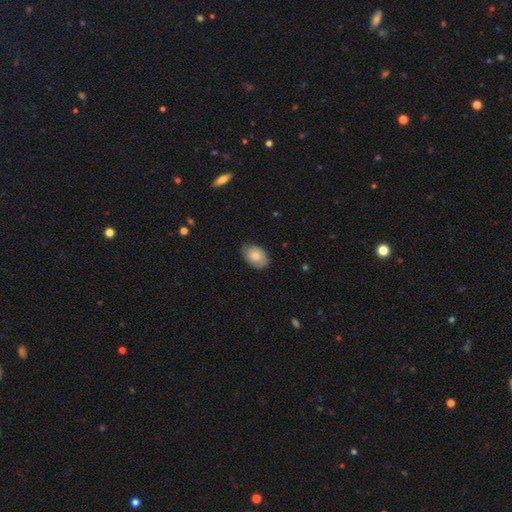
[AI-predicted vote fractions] Morphology: type=smooth (76%); roundness=in between (87%); merging=none (79%).